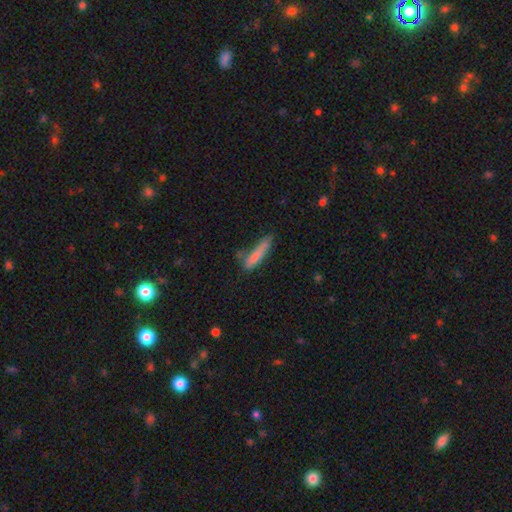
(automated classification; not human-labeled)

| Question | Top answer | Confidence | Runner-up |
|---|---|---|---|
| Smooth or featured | smooth | 77% | featured or disk (16%) |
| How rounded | cigar-shaped | 87% | in between (11%) |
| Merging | none | 56% | minor disturbance (26%) |